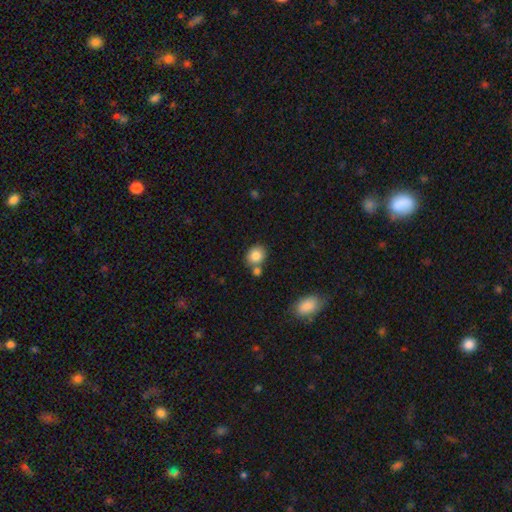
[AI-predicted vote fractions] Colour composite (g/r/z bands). It shows a smooth galaxy with no disk features (84%) that is round (68%). Merging: none (62%).